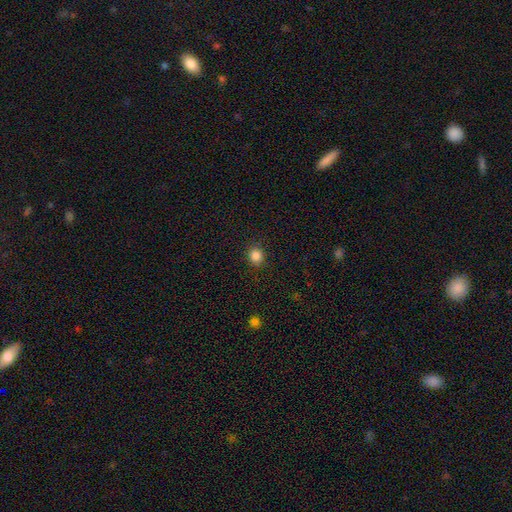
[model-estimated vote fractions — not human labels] Overall: smooth (85%). How rounded: round (84%). Merging: none (89%).